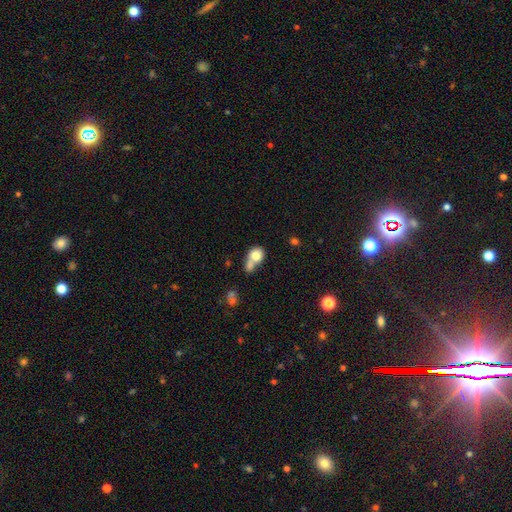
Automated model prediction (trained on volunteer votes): This is likely a smooth galaxy (77%). How rounded: likely round (62%). Merging: possibly merger (58%).